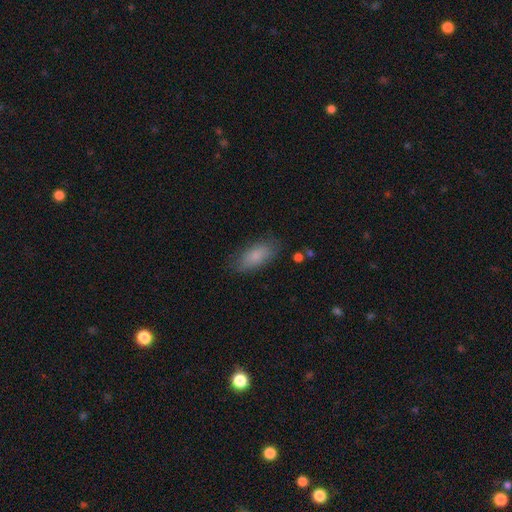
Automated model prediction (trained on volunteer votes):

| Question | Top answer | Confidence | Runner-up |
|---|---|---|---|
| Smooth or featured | smooth | 83% | featured or disk (10%) |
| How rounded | in between | 87% | cigar-shaped (11%) |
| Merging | none | 78% | minor disturbance (16%) |